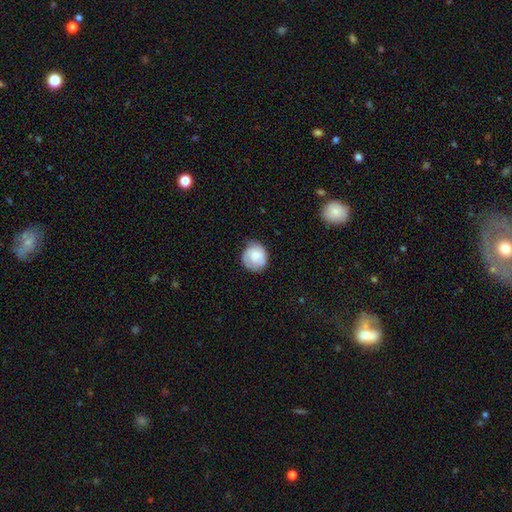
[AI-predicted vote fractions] Smooth or featured? Predicted: smooth (p=0.58). How rounded? Predicted: round (p=0.84). Merging? Predicted: none (p=0.68).